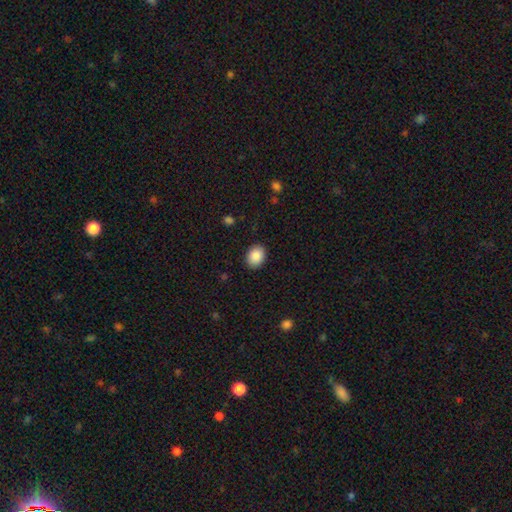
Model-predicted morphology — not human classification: Overall: smooth (88%). How rounded: in between (59%; round 40%). Merging: none (89%).